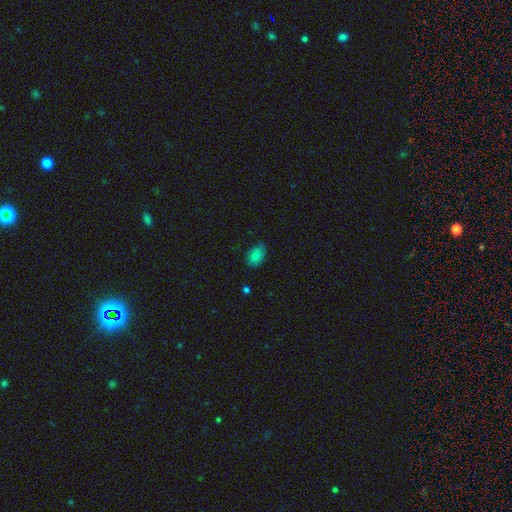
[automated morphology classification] smooth 83%, star or artifact 11%, featured or disk 6%. Down the decision tree: how rounded — in between (84%); merging — none (68%).